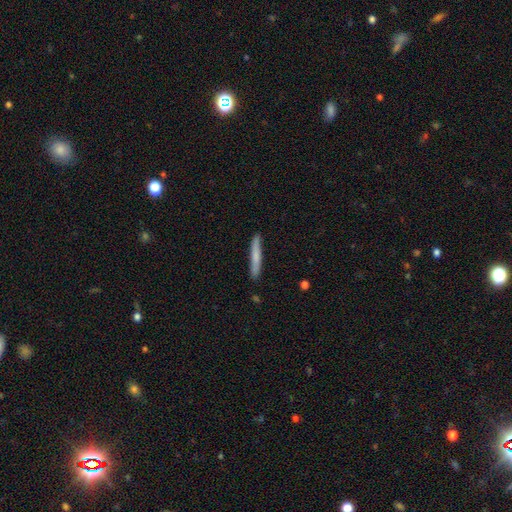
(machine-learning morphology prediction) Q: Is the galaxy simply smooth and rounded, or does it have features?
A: smooth — 70%.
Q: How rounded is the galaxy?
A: cigar-shaped — 95%.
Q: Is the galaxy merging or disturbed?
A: none — 89%.